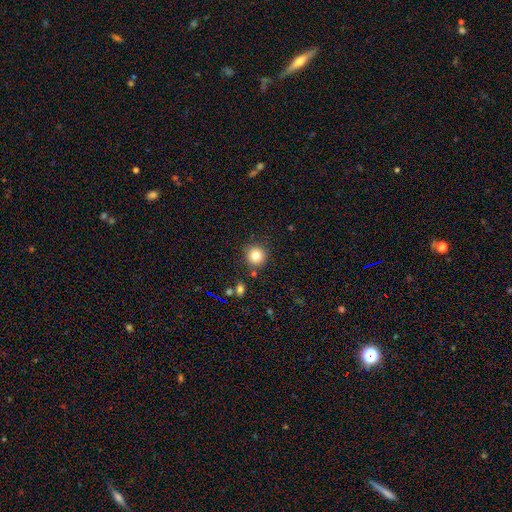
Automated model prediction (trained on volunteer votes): Overall: smooth (82%). How rounded: round (93%). Merging: none (86%).